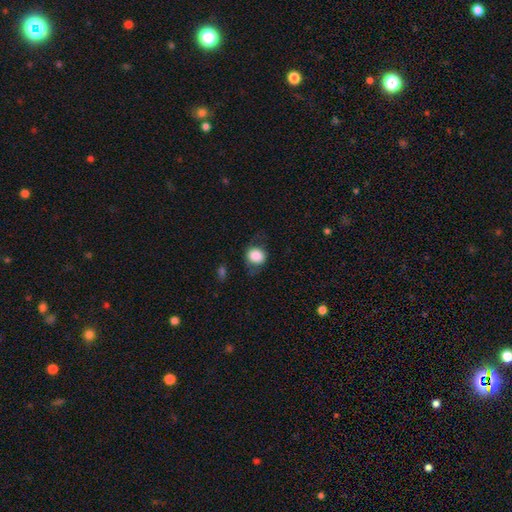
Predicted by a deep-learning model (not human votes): smooth_or_featured: smooth (p=0.84) [alt: featured or disk p=0.09]
how_rounded: round (p=0.74) [alt: in between p=0.25]
merging: none (p=0.66) [alt: minor disturbance p=0.22]